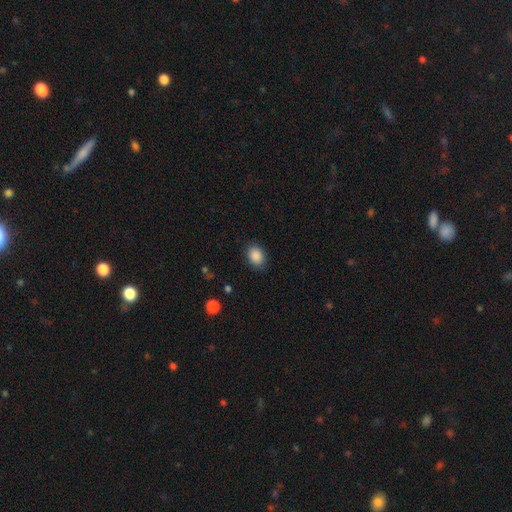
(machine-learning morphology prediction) smooth_or_featured: smooth (p=0.89) [alt: star or artifact p=0.08]
how_rounded: in between (p=0.70) [alt: round p=0.29]
merging: none (p=0.85) [alt: minor disturbance p=0.11]